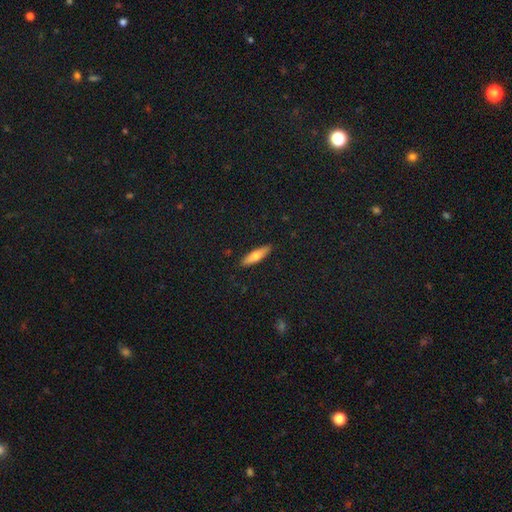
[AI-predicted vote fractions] Smooth or featured?
  - smooth: 61% *
  - featured or disk: 33%
  - star or artifact: 6%
How rounded?
  - cigar-shaped: 69% *
  - in between: 29%
  - round: 2%
Merging?
  - none: 90% *
  - minor disturbance: 7%
  - major disturbance: 2%
  - merger: 1%